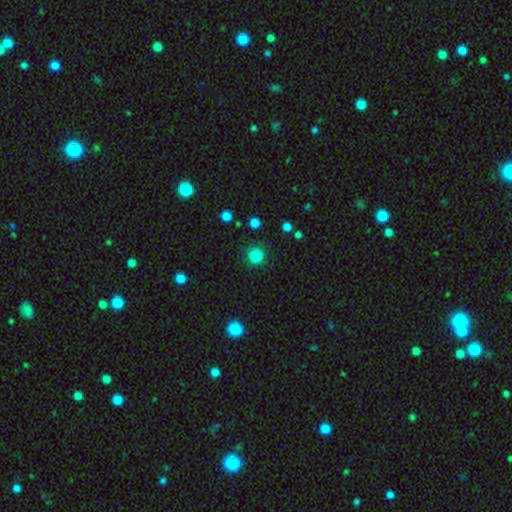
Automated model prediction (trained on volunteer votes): Smooth or featured?
  - smooth: 84% *
  - star or artifact: 12%
  - featured or disk: 4%
How rounded?
  - round: 94% *
  - in between: 5%
  - cigar-shaped: 1%
Merging?
  - none: 88% *
  - minor disturbance: 7%
  - major disturbance: 3%
  - merger: 2%